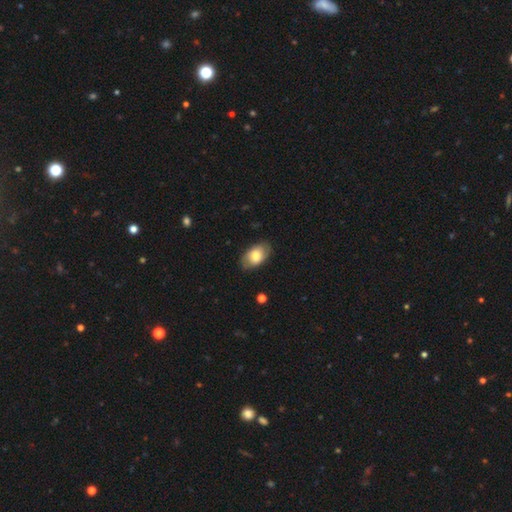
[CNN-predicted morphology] smooth 72%, featured or disk 22%, star or artifact 6%. Down the decision tree: how rounded — in between (91%); merging — none (81%).